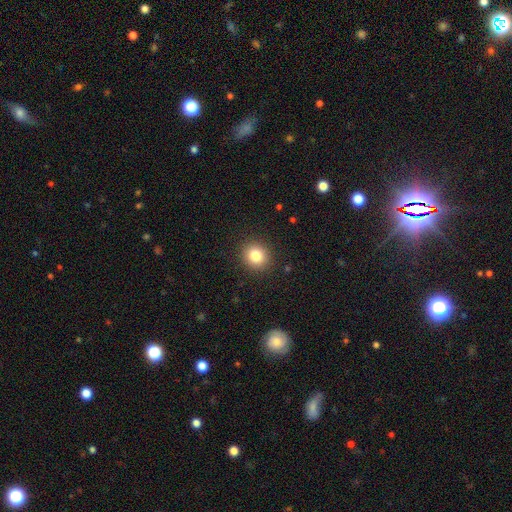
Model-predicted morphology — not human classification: This appears to be a smooth galaxy with no disk features (83%) that is round (85%). Merging: none (91%).